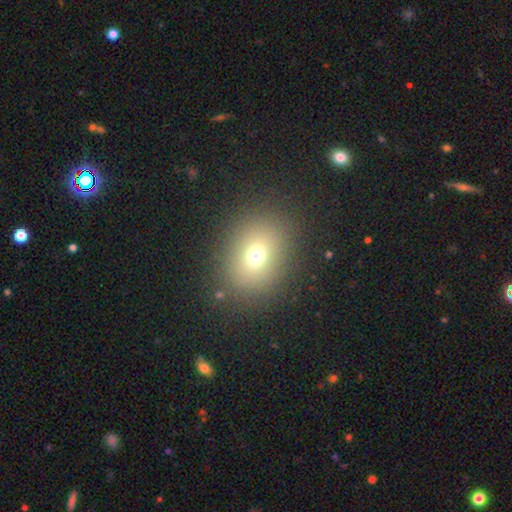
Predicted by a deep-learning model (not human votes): A smooth galaxy with no disk features (70%) that is in between round and cigar-shaped (51%). Merging: none (86%).